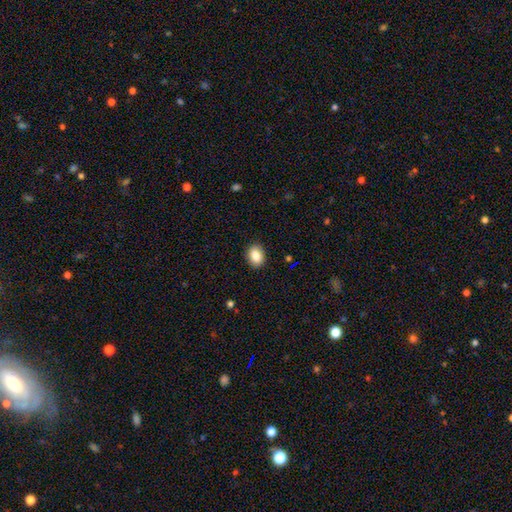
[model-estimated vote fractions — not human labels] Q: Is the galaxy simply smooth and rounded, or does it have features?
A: smooth — 87%.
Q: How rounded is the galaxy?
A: in between — 68%.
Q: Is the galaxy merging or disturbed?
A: none — 90%.